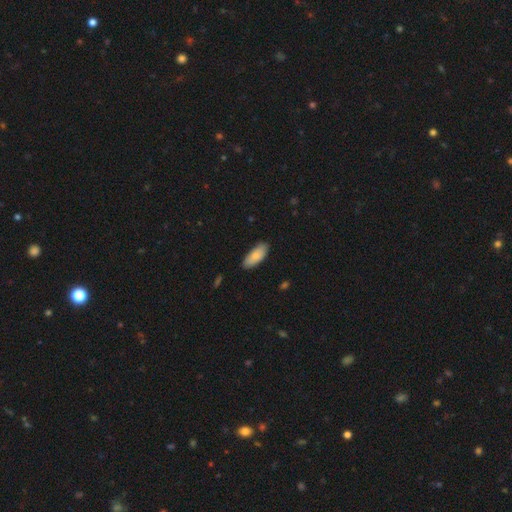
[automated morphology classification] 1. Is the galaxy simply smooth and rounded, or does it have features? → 82% smooth, 13% featured or disk, 6% star or artifact.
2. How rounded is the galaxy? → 83% in between, 16% cigar-shaped, 2% round.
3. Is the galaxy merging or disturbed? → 84% none, 13% minor disturbance, 2% major disturbance, 1% merger.